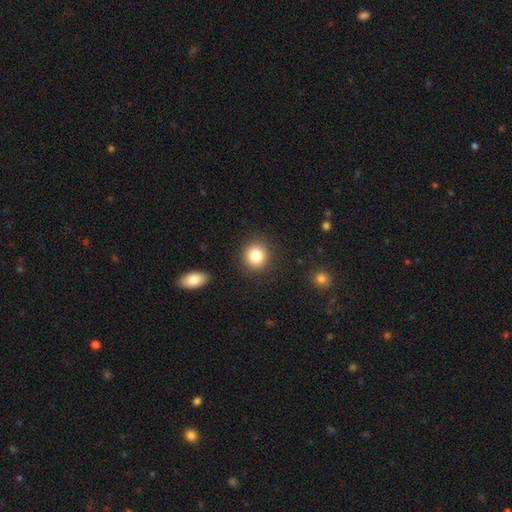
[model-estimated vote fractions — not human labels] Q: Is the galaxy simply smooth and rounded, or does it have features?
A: smooth — 82%.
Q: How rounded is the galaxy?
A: round — 86%.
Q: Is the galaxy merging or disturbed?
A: none — 88%.